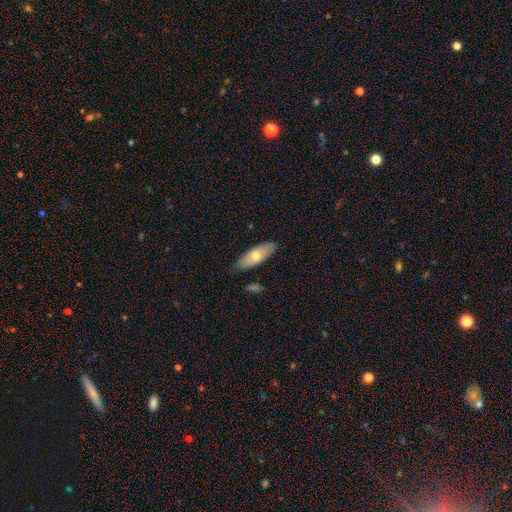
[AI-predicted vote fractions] This is likely a smooth galaxy (65%). How rounded: likely in between (70%). Merging: clearly none (81%).